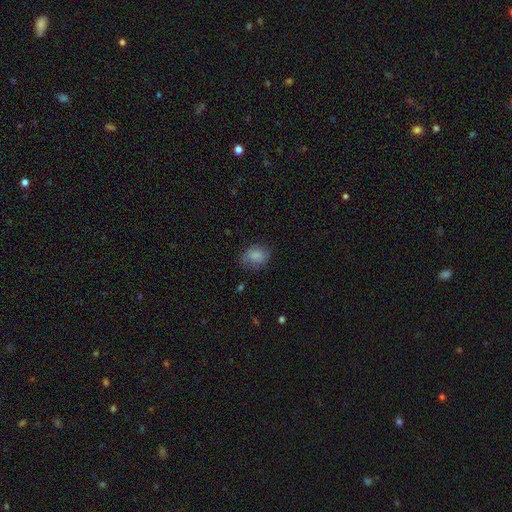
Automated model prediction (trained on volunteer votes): Smooth or featured?
  - smooth: 82% *
  - featured or disk: 10%
  - star or artifact: 9%
How rounded?
  - in between: 55% *
  - round: 44%
  - cigar-shaped: 1%
Merging?
  - none: 68% *
  - minor disturbance: 23%
  - major disturbance: 8%
  - merger: 1%